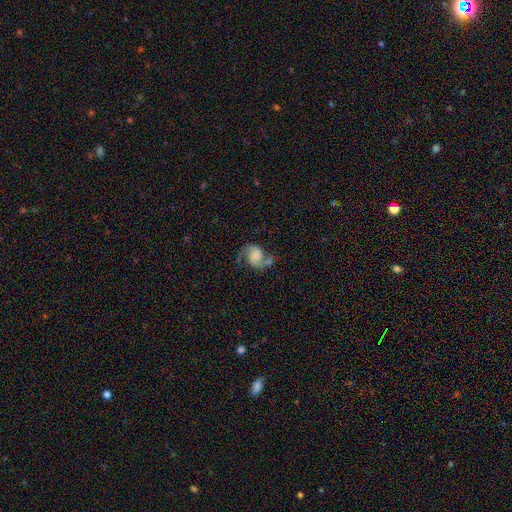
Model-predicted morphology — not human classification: The model was most divided on "spiral winding": medium: 47%, loose: 40%, tight: 12%. Remaining: edge-on disk — no (98%); spiral arms — yes (97%); spiral arm count — 2 (93%); smooth or featured — featured or disk (85%); merging — none (66%); bar — no (61%); bulge size — none (40%).